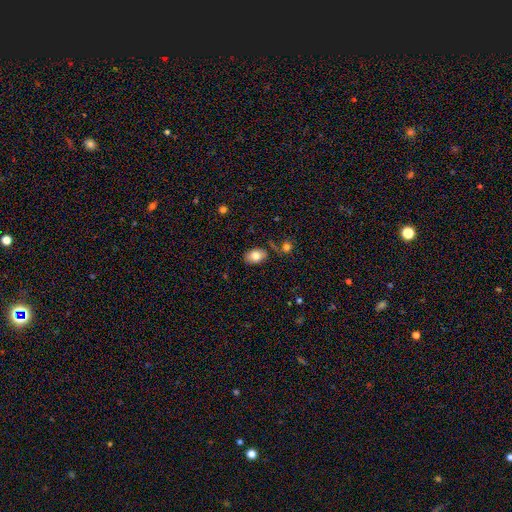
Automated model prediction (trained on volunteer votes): Smooth or featured: smooth — 79% (featured or disk — 12%)
How rounded: in between — 83% (round — 15%)
Merging: none — 72% (minor disturbance — 17%)